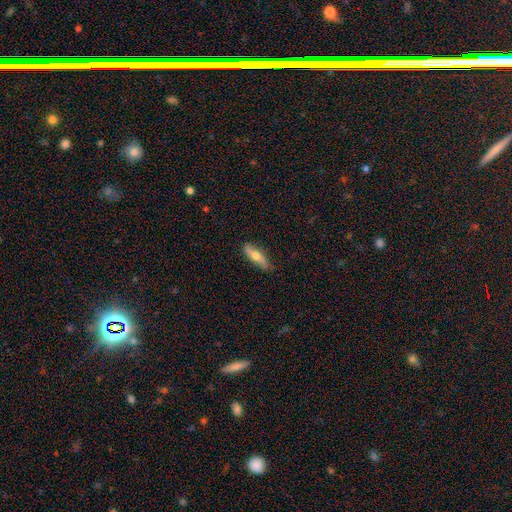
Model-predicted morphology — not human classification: This is possibly a smooth galaxy (56%). How rounded: possibly cigar-shaped (58%). Merging: likely none (78%).